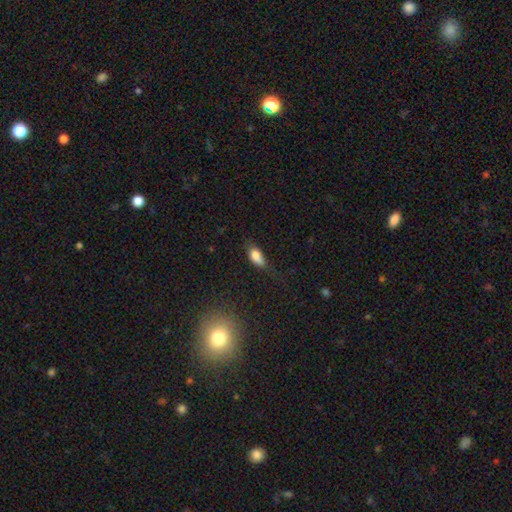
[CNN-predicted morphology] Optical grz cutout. It shows a smooth galaxy with no disk features (81%) that is in between round and cigar-shaped (85%). Merging: none (45%).